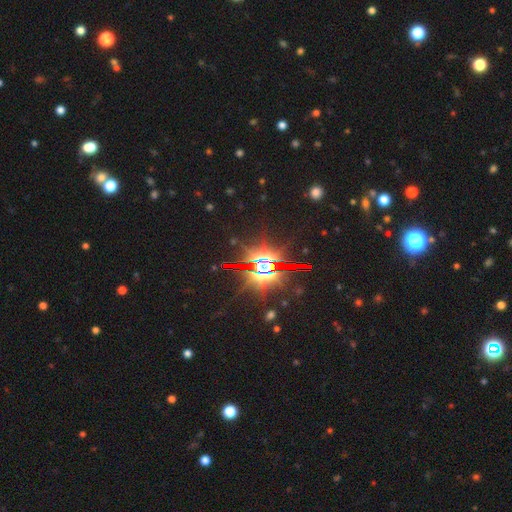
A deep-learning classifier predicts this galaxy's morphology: Smooth or featured? Predicted: star or artifact (p=0.79).